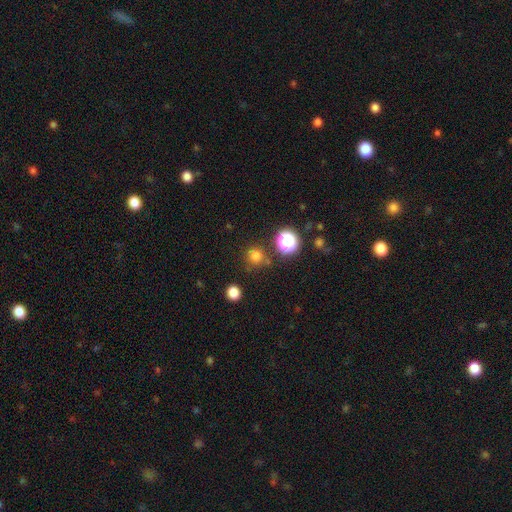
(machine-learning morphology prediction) smooth_or_featured: smooth (p=0.74) [alt: star or artifact p=0.21]
how_rounded: round (p=0.92) [alt: in between p=0.07]
merging: none (p=0.81) [alt: minor disturbance p=0.10]